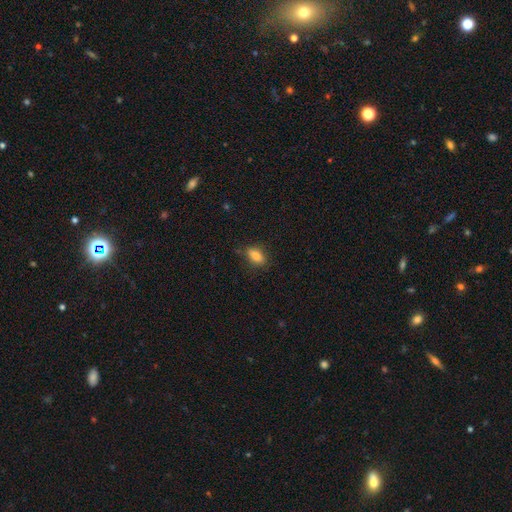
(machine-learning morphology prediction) This is clearly a smooth galaxy (83%). How rounded: clearly in between (86%). Merging: likely none (79%).